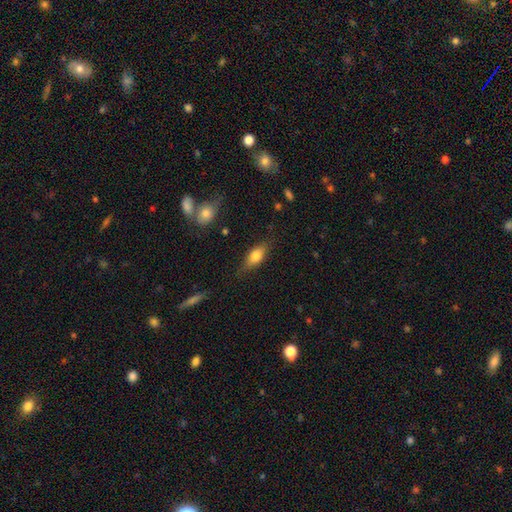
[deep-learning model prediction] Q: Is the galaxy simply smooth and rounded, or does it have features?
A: smooth — 67%.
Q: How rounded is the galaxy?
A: in between — 75%.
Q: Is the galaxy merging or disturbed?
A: none — 76%.